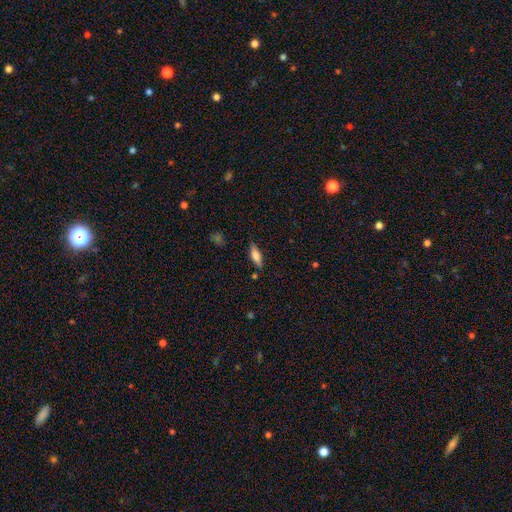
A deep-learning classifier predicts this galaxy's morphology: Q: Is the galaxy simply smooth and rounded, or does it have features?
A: smooth — 65%.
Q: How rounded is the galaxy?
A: in between — 52%.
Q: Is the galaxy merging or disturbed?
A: none — 83%.